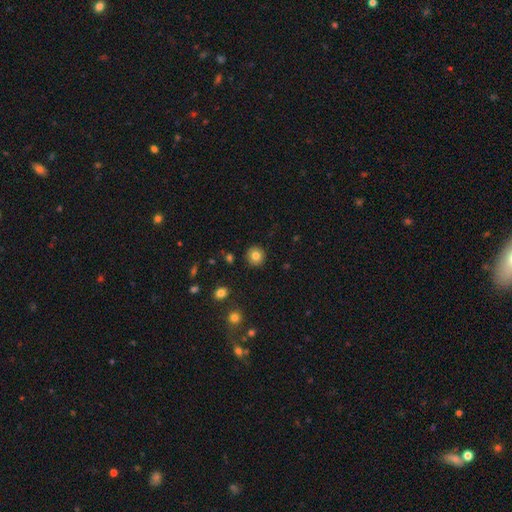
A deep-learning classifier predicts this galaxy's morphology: This is clearly a smooth galaxy (81%). How rounded: clearly round (93%). Merging: clearly none (91%).